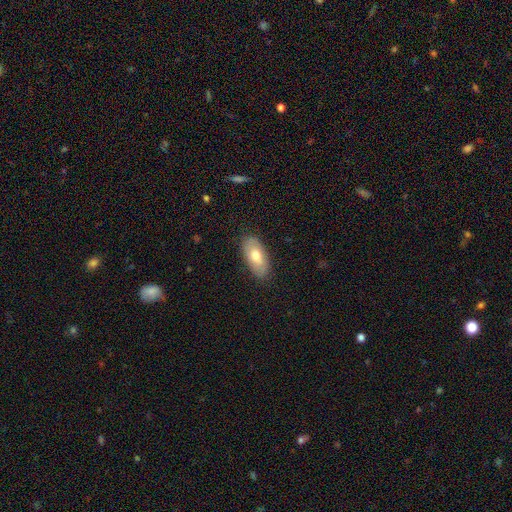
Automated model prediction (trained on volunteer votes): Smooth or featured?
  - smooth: 70% *
  - featured or disk: 24%
  - star or artifact: 6%
How rounded?
  - in between: 91% *
  - cigar-shaped: 6%
  - round: 3%
Merging?
  - none: 85% *
  - minor disturbance: 12%
  - major disturbance: 2%
  - merger: 1%